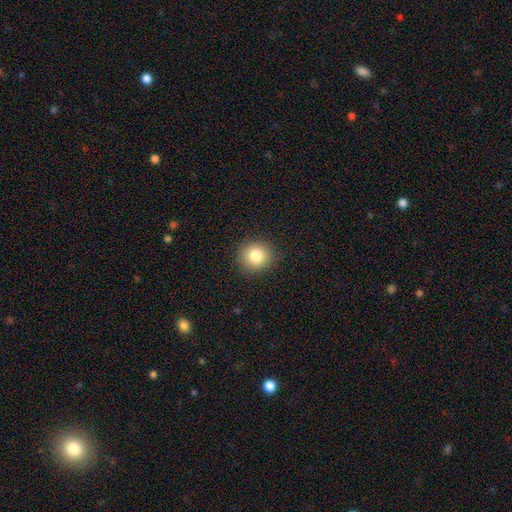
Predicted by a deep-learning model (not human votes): This is clearly a smooth galaxy (82%). How rounded: clearly round (87%). Merging: clearly none (90%).